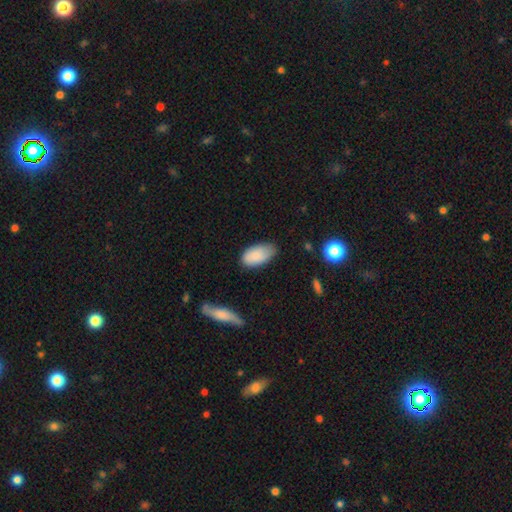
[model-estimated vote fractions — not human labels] Morphology: type=smooth (85%); roundness=in between (94%); merging=none (69%).